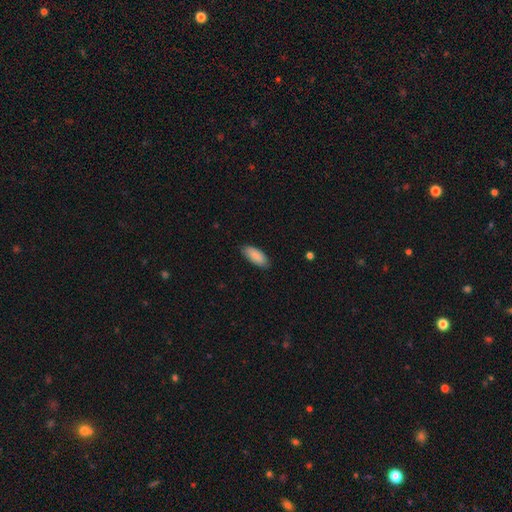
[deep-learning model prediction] Smooth or featured? Predicted: smooth (p=0.88). How rounded? Predicted: in between (p=0.83). Merging? Predicted: none (p=0.85).